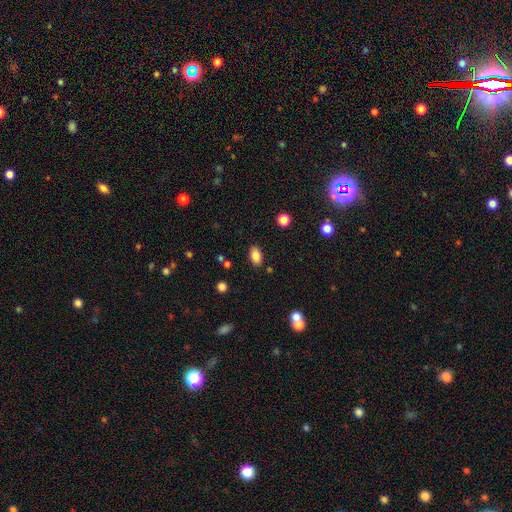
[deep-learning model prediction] A smooth galaxy with no disk features (85%) that is in between round and cigar-shaped (91%).

Vote fractions:
- Smooth or featured? smooth: 85% / star or artifact: 9% / featured or disk: 6%
- How rounded? in between: 91% / round: 7% / cigar-shaped: 2%
- Merging? none: 85% / minor disturbance: 10% / merger: 3% / major disturbance: 3%